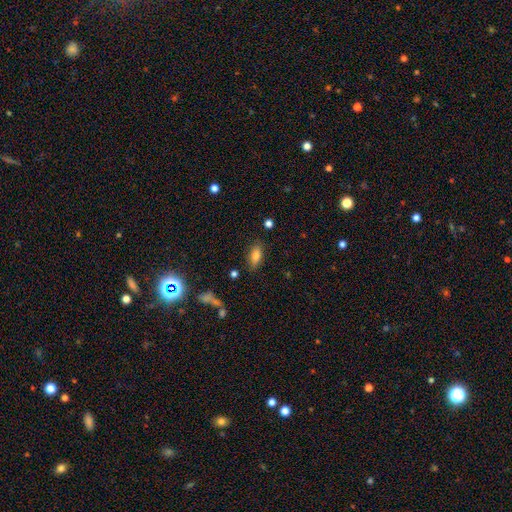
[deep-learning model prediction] This appears to be a smooth galaxy with no disk features (77%) that is in between round and cigar-shaped (81%). Merging: none (82%).